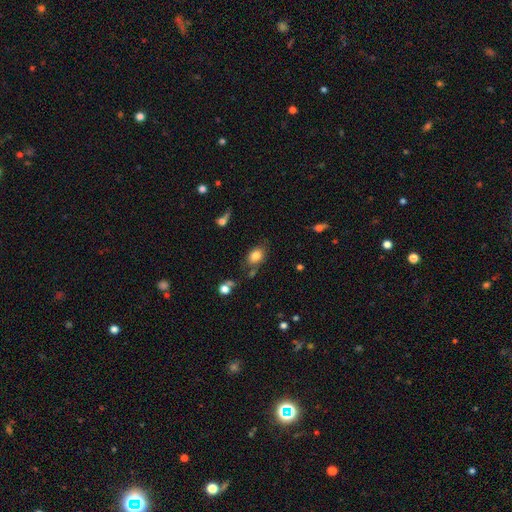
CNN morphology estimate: Smooth or featured?
  - smooth: 80% *
  - star or artifact: 10%
  - featured or disk: 10%
How rounded?
  - in between: 73% *
  - round: 26%
  - cigar-shaped: 2%
Merging?
  - none: 66% *
  - minor disturbance: 18%
  - merger: 9%
  - major disturbance: 7%